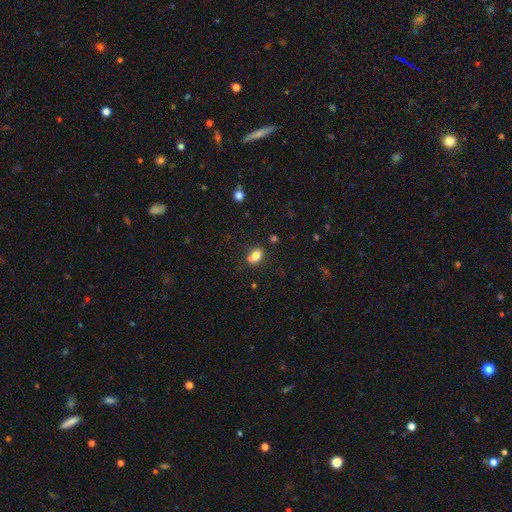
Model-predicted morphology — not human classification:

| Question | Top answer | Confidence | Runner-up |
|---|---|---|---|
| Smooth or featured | smooth | 78% | featured or disk (12%) |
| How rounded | in between | 68% | round (31%) |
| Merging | none | 63% | minor disturbance (17%) |